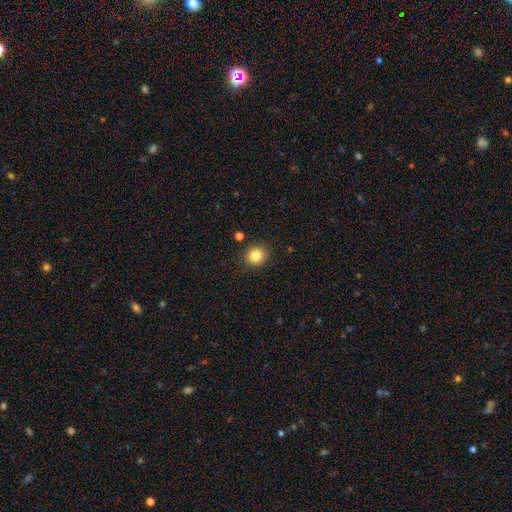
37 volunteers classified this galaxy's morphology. A smooth galaxy with no disk features (76%) that is round (79%).

Vote fractions:
- Smooth or featured? smooth: 76% / featured or disk: 19% / star or artifact: 5%
- How rounded? round: 79% / in between: 21% / cigar-shaped: 0%
- Merging? none: 89% / minor disturbance: 9% / major disturbance: 3% / merger: 0%